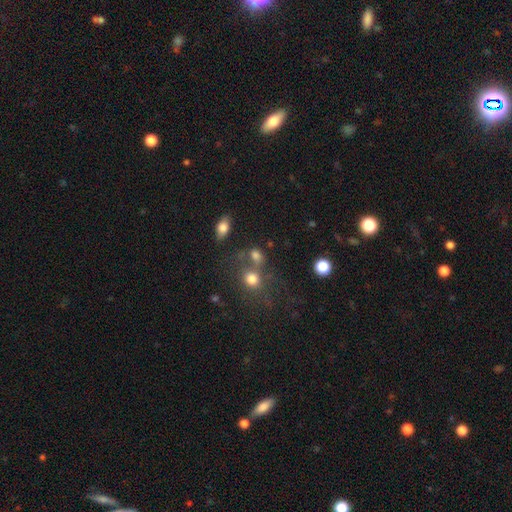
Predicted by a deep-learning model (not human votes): This appears to be a smooth galaxy with no disk features (75%) that is in between round and cigar-shaped (50%). Merging: none (47%).